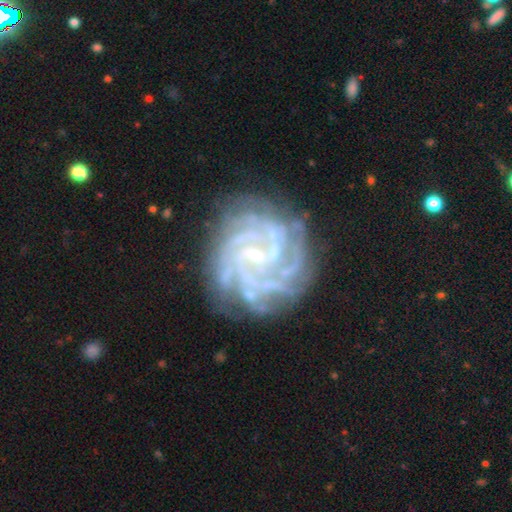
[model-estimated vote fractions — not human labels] Smooth or featured: featured or disk — 89% (star or artifact — 6%)
Edge-on disk: no — 98% (yes — 2%)
Bar: weak — 49% (no — 33%)
Spiral arms: yes — 97% (no — 3%)
Spiral winding: tight — 73% (medium — 23%)
Spiral arm count: 4 — 27% (can't tell — 24%)
Bulge size: small — 70% (moderate — 19%)
Merging: none — 76% (minor disturbance — 15%)